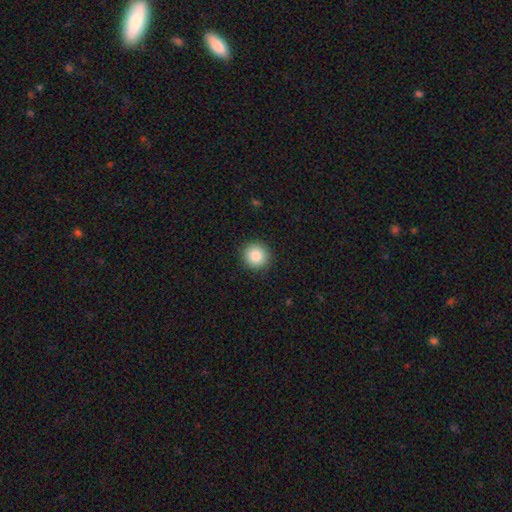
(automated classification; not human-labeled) Q: Smooth or featured?
A: smooth (86%); runner-up: star or artifact (9%)
Q: How rounded?
A: round (94%); runner-up: in between (5%)
Q: Merging?
A: none (92%); runner-up: minor disturbance (6%)